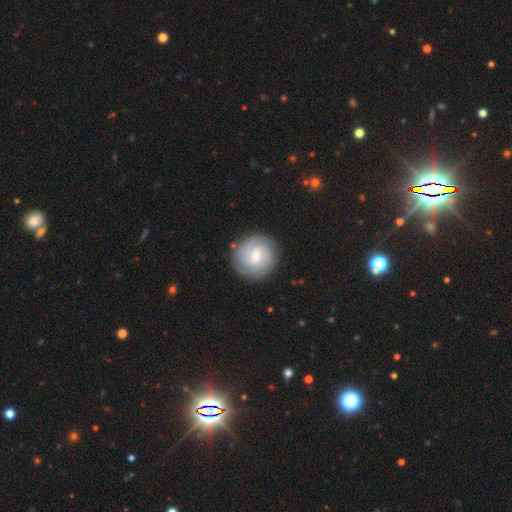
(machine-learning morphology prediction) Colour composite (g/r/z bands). It shows a featured or disk galaxy (73%) with a weak bar (49%), tight (70%) spiral arms (93%) and a small central bulge (56%). Merging: none (86%).